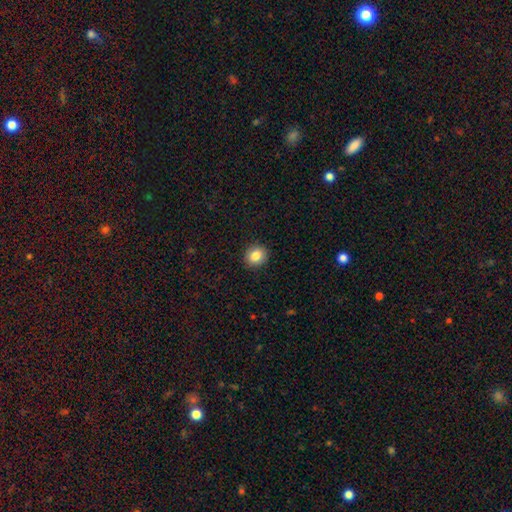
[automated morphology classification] smooth-or-featured: smooth: 85% | star or artifact: 9% | featured or disk: 6%
  how-rounded: round: 77% | in between: 22% | cigar-shaped: 1%
  merging: none: 91% | minor disturbance: 6% | major disturbance: 2% | merger: 1%